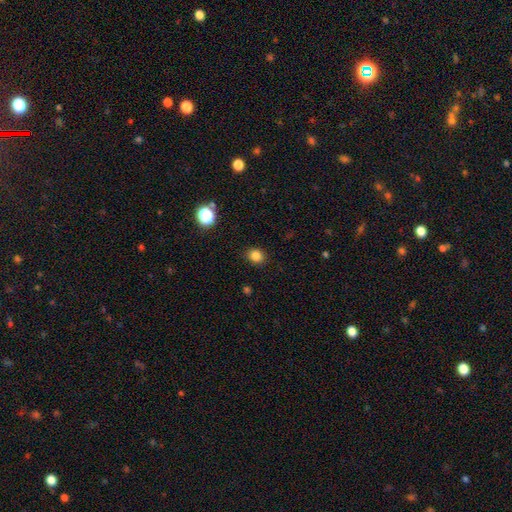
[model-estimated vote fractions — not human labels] This appears to be a smooth galaxy with no disk features (83%) that is round (67%). Merging: none (89%).